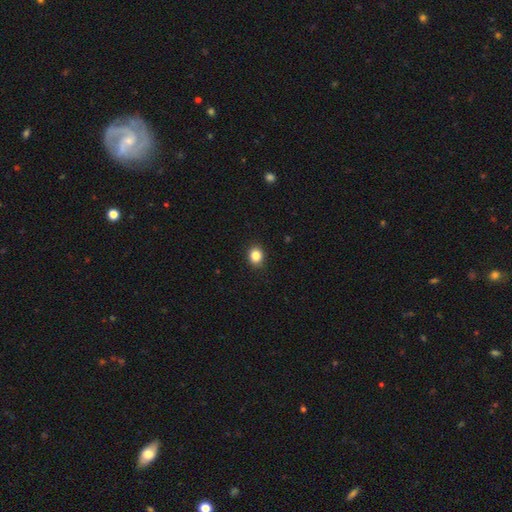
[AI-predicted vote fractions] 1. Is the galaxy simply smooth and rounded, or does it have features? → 85% smooth, 11% star or artifact, 5% featured or disk.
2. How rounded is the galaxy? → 67% round, 32% in between, 1% cigar-shaped.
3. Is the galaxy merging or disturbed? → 90% none, 7% minor disturbance, 2% major disturbance, 1% merger.